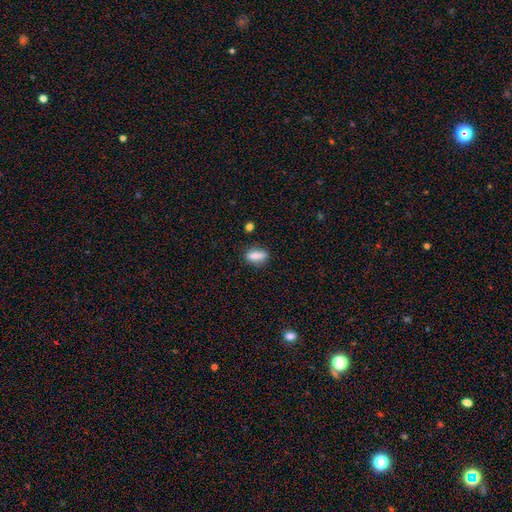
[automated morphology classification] smooth-or-featured: smooth: 76% | featured or disk: 16% | star or artifact: 8%
  how-rounded: in between: 64% | cigar-shaped: 29% | round: 8%
  merging: none: 80% | minor disturbance: 14% | major disturbance: 4% | merger: 3%